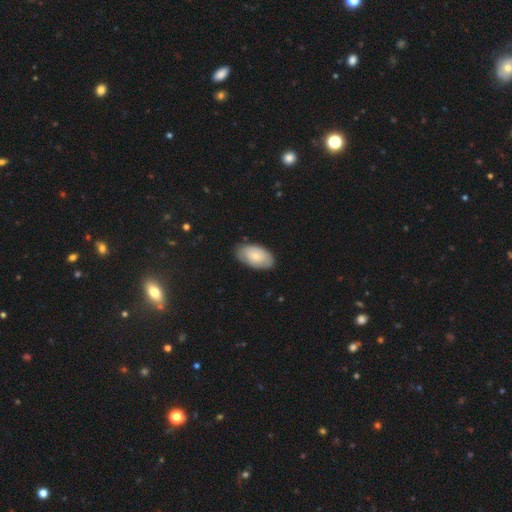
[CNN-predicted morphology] A smooth galaxy with no disk features (65%) that is in between round and cigar-shaped (94%).

Vote fractions:
- Smooth or featured? smooth: 65% / featured or disk: 30% / star or artifact: 6%
- How rounded? in between: 94% / round: 4% / cigar-shaped: 2%
- Merging? none: 77% / minor disturbance: 18% / major disturbance: 3% / merger: 1%